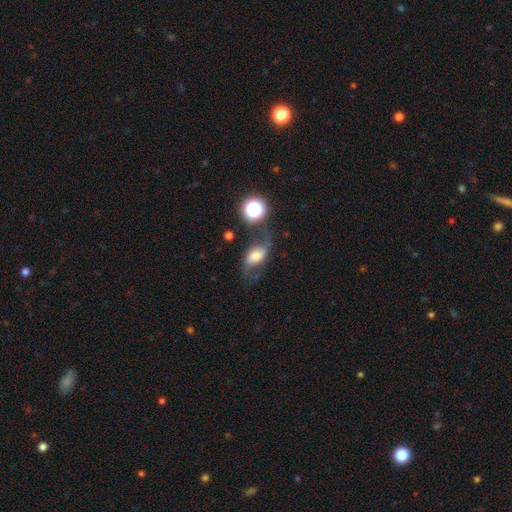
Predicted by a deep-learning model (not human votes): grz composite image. It shows a featured or disk galaxy (52%). Merging: none (51%).